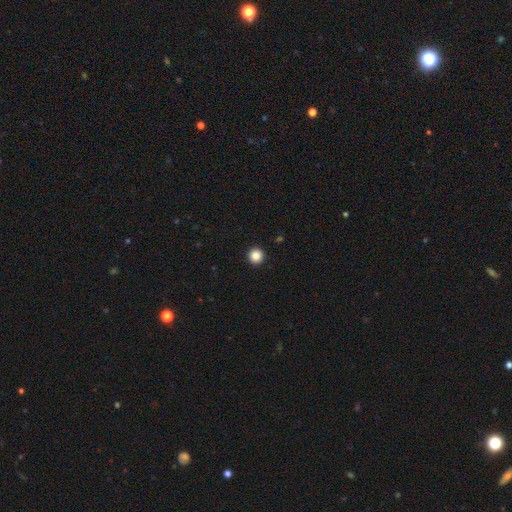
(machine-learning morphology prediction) This is clearly a smooth galaxy (87%). How rounded: clearly round (97%). Merging: clearly none (94%).